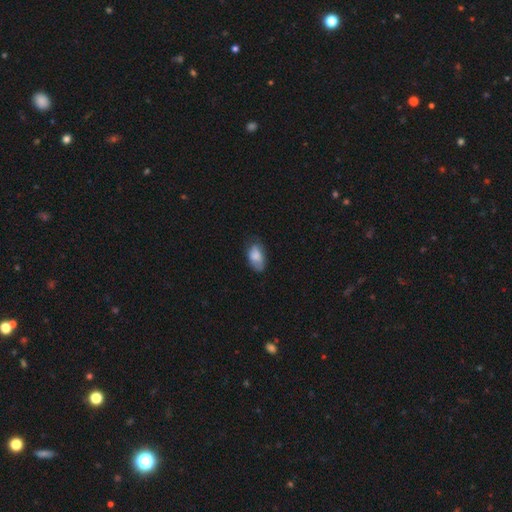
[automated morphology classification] type=smooth (80%); roundness=in between (92%); merging=none (58%).